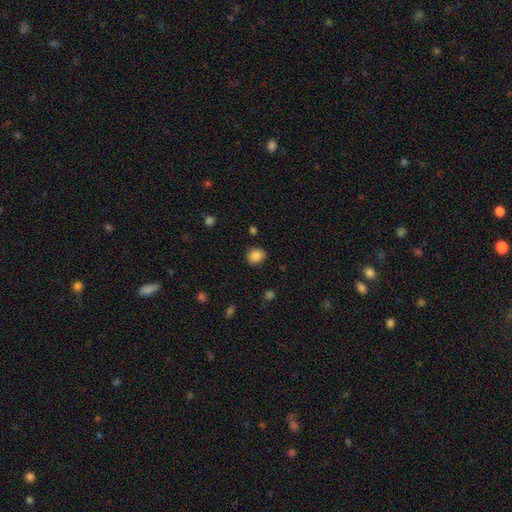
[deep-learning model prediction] A smooth galaxy with no disk features (85%) that is round (77%).

Vote fractions:
- Smooth or featured? smooth: 85% / star or artifact: 9% / featured or disk: 5%
- How rounded? round: 77% / in between: 22% / cigar-shaped: 1%
- Merging? none: 85% / minor disturbance: 10% / major disturbance: 2% / merger: 2%